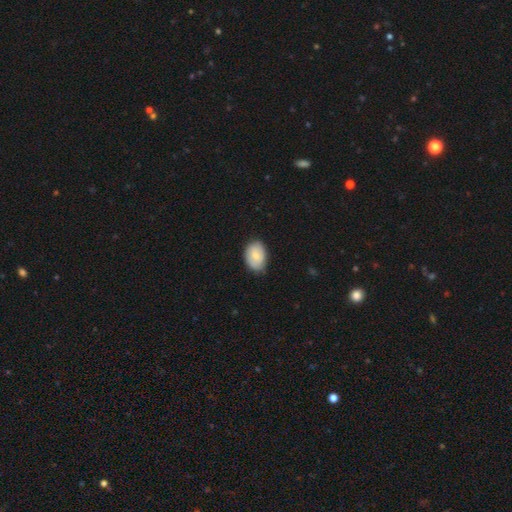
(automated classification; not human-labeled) A smooth galaxy with no disk features (78%) that is in between round and cigar-shaped (82%). Merging: none (72%).